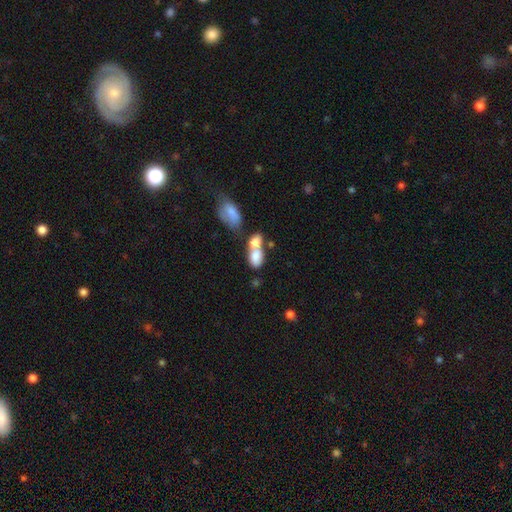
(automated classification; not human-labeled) Smooth or featured? Predicted: smooth (p=0.77). How rounded? Predicted: in between (p=0.85). Merging? Predicted: merger (p=0.66).